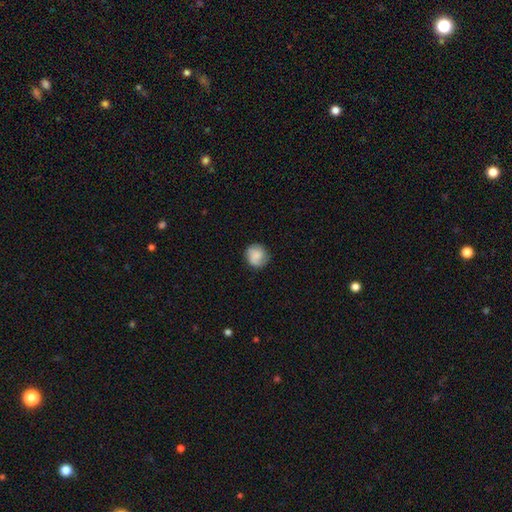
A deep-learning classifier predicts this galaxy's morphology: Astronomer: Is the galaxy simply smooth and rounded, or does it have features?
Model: smooth — 69%.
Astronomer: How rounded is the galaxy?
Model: round — 86%.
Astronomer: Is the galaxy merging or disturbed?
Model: none — 76%.